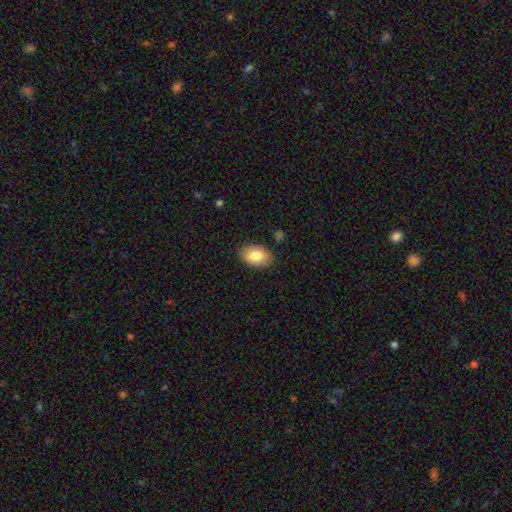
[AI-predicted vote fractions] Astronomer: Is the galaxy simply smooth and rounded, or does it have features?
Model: smooth — 82%.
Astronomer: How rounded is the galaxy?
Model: in between — 90%.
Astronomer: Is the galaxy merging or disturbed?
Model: none — 86%.